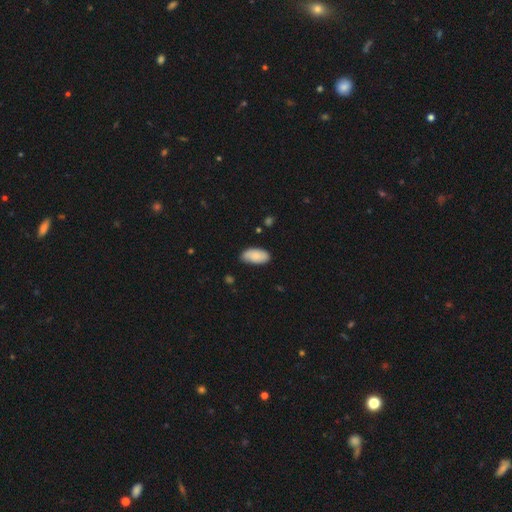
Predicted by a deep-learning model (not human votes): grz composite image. It shows a smooth galaxy with no disk features (82%) that is in between round and cigar-shaped (94%). Merging: none (77%).